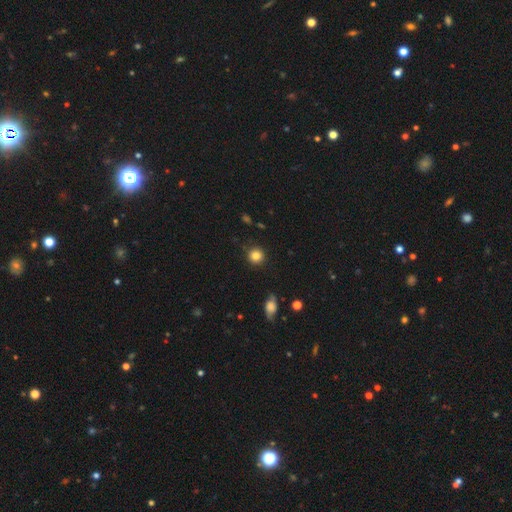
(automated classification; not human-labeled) Q: Smooth or featured?
A: smooth (84%); runner-up: star or artifact (11%)
Q: How rounded?
A: round (93%); runner-up: in between (6%)
Q: Merging?
A: none (88%); runner-up: minor disturbance (8%)